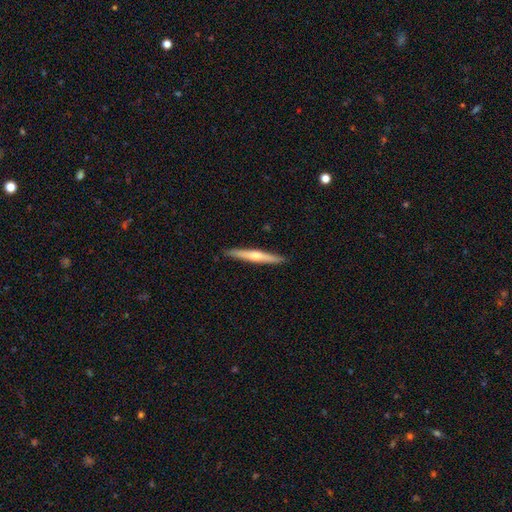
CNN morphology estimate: type=featured or disk (49%); merging=none (91%).